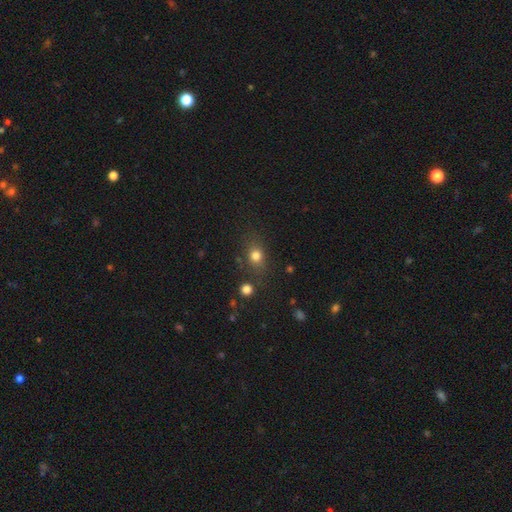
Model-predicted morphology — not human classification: This is likely a smooth galaxy (77%). How rounded: possibly round (51%). Merging: likely none (75%).